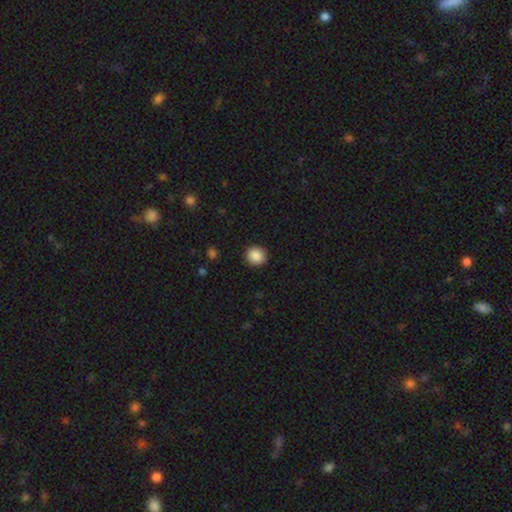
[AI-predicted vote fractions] Morphology: type=smooth (88%); roundness=round (89%); merging=none (91%).